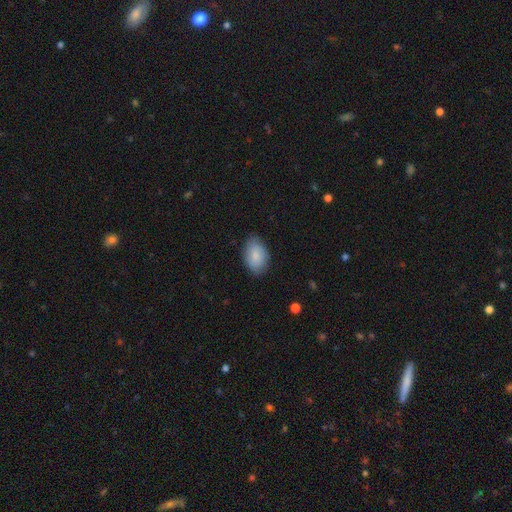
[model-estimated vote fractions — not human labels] smooth_or_featured: smooth (p=0.85) [alt: featured or disk p=0.09]
how_rounded: in between (p=0.90) [alt: round p=0.09]
merging: none (p=0.81) [alt: minor disturbance p=0.15]